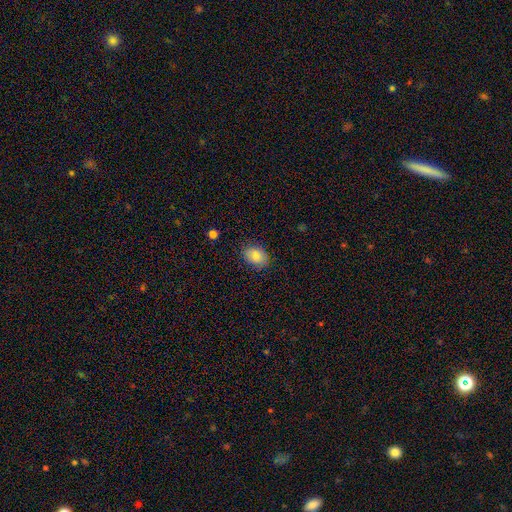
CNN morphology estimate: Smooth or featured? Predicted: smooth (p=0.84). How rounded? Predicted: in between (p=0.74). Merging? Predicted: none (p=0.83).